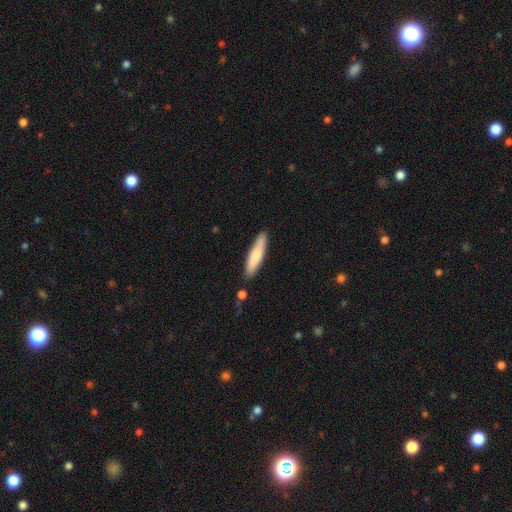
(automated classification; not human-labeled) Smooth or featured? smooth (76%)
How rounded? cigar-shaped (82%)
Merging? none (83%)